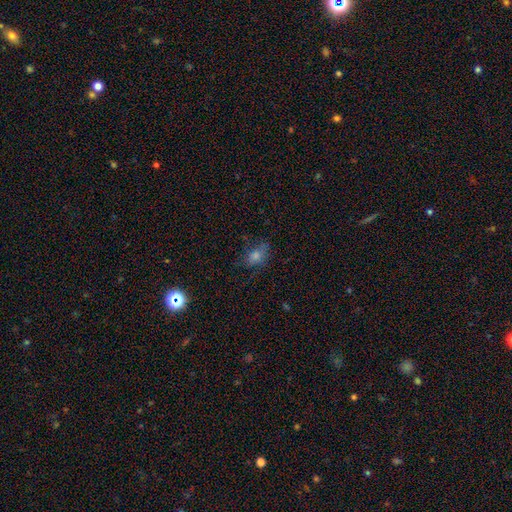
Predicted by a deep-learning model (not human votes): smooth-or-featured: smooth: 56% | star or artifact: 26% | featured or disk: 18%
  how-rounded: in between: 61% | round: 36% | cigar-shaped: 3%
  merging: none: 66% | minor disturbance: 22% | major disturbance: 10% | merger: 2%